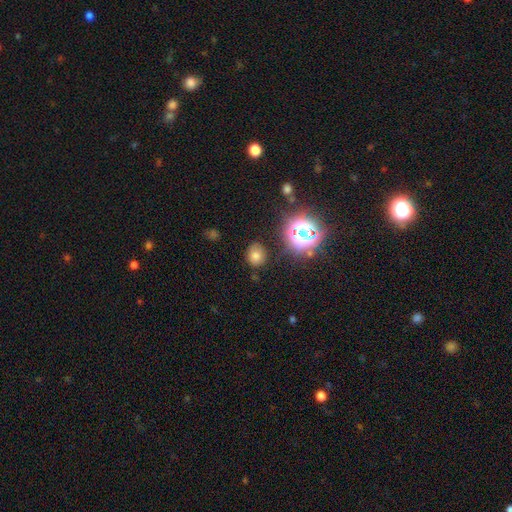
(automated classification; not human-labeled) Smooth or featured?
  - smooth: 70% *
  - star or artifact: 22%
  - featured or disk: 8%
How rounded?
  - round: 68% *
  - in between: 31%
  - cigar-shaped: 1%
Merging?
  - none: 78% *
  - minor disturbance: 15%
  - major disturbance: 5%
  - merger: 3%